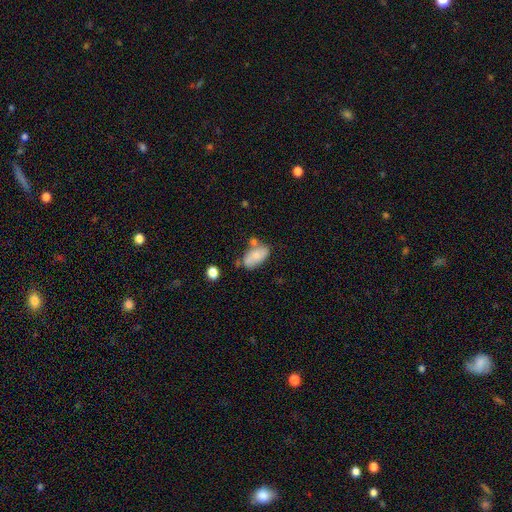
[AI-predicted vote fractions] A smooth galaxy with no disk features (71%) that is in between round and cigar-shaped (92%). Merging: none (56%).